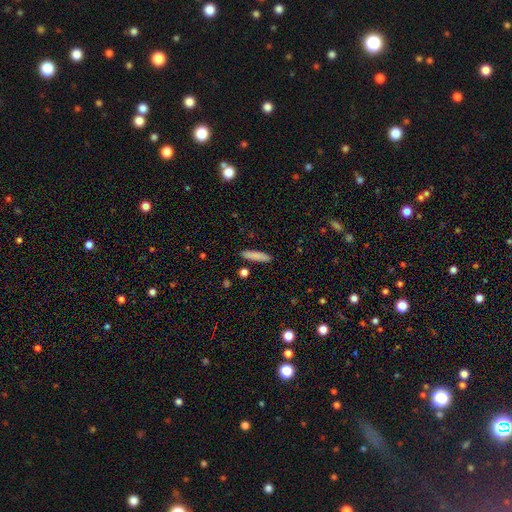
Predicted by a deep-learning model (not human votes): smooth-or-featured: smooth: 83% | featured or disk: 10% | star or artifact: 7%
  how-rounded: cigar-shaped: 81% | in between: 17% | round: 2%
  merging: none: 88% | minor disturbance: 8% | merger: 2% | major disturbance: 2%